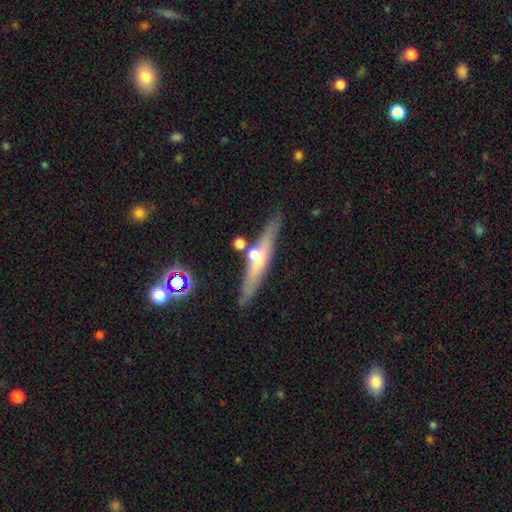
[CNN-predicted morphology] Smooth or featured? Predicted: featured or disk (p=0.57). Edge-on disk? Predicted: yes (p=0.90). Edge-on bulge? Predicted: rounded (p=0.77). Merging? Predicted: none (p=0.79).